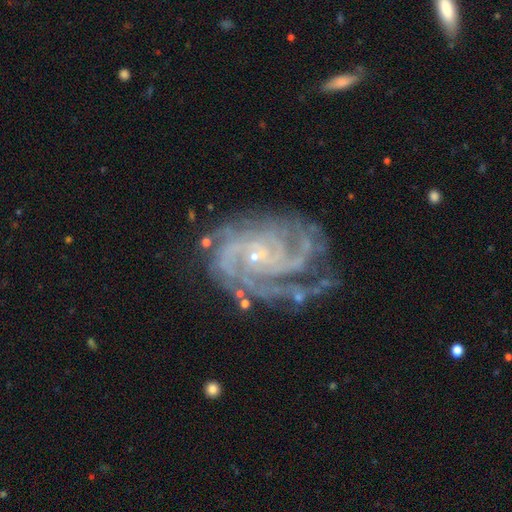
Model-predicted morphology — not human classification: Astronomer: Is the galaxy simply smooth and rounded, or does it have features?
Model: featured or disk — 91%.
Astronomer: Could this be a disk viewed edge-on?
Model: no — 98%.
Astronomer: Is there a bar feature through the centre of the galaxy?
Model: no — 70%.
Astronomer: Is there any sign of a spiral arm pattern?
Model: yes — 98%.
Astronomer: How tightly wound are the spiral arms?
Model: tight — 67%.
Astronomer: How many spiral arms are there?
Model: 3 — 26% (runner-up: 4, 21%).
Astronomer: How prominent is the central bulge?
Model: small — 85%.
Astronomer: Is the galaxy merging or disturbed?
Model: none — 62%.